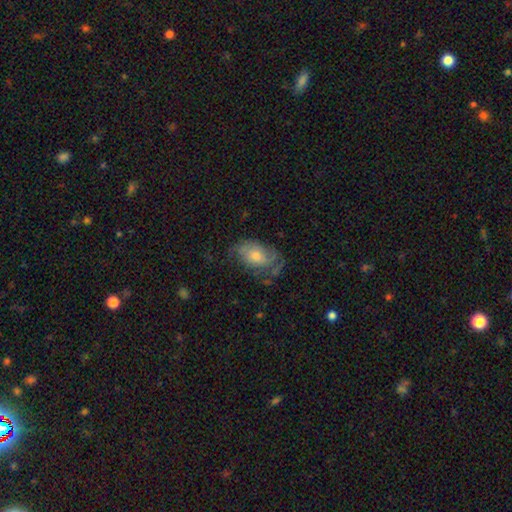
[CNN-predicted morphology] smooth_or_featured: featured or disk (p=0.56) [alt: smooth p=0.36]
disk_edge_on: no (p=0.94) [alt: yes p=0.06]
bar: no (p=0.74) [alt: weak p=0.22]
has_spiral_arms: yes (p=0.78) [alt: no p=0.22]
bulge_size: moderate (p=0.54) [alt: small p=0.35]
merging: none (p=0.51) [alt: minor disturbance p=0.27]